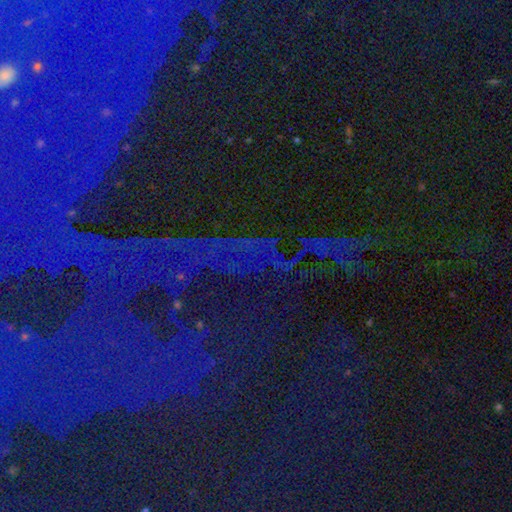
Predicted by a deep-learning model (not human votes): Smooth or featured?
  - star or artifact: 84% *
  - smooth: 8%
  - featured or disk: 8%